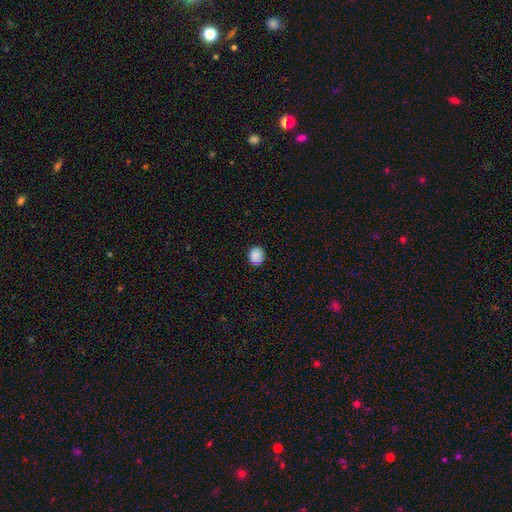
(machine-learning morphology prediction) A smooth galaxy with no disk features (88%) that is round (71%).

Vote fractions:
- Smooth or featured? smooth: 88% / star or artifact: 8% / featured or disk: 3%
- How rounded? round: 71% / in between: 28% / cigar-shaped: 1%
- Merging? none: 87% / minor disturbance: 10% / major disturbance: 2% / merger: 1%